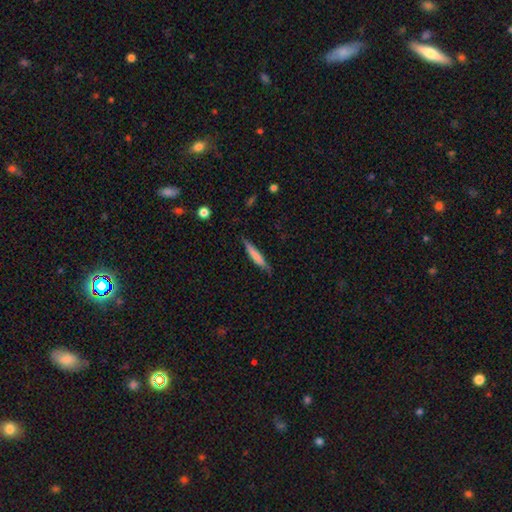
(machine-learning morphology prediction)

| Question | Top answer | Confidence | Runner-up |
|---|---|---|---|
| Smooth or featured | smooth | 71% | featured or disk (23%) |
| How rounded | cigar-shaped | 90% | in between (9%) |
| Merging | none | 74% | minor disturbance (21%) |